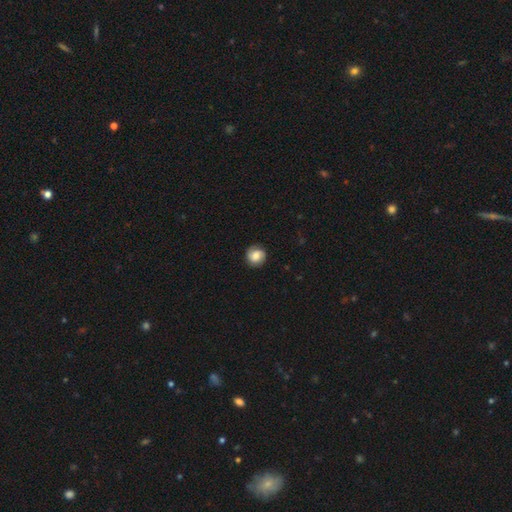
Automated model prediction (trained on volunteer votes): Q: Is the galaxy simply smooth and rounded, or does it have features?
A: smooth — 61%.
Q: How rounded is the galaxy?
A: round — 88%.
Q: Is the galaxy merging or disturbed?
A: none — 85%.